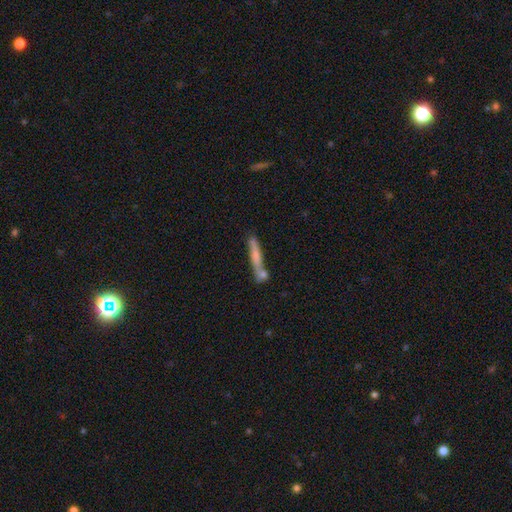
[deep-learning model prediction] Smooth or featured? smooth (58%)
How rounded? cigar-shaped (92%)
Merging? none (55%)